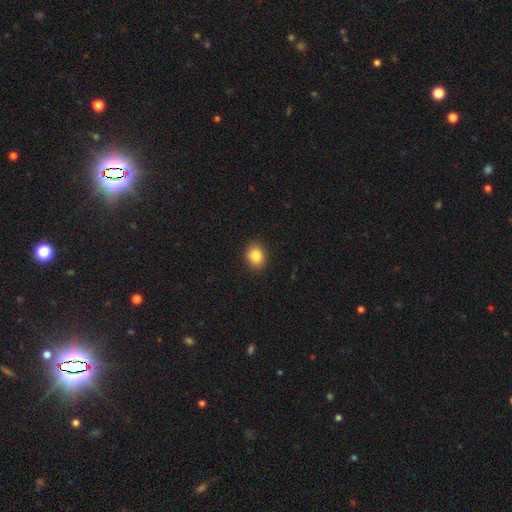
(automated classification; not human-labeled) Smooth or featured?
  - smooth: 85% *
  - star or artifact: 9%
  - featured or disk: 5%
How rounded?
  - round: 50% *
  - in between: 49%
  - cigar-shaped: 1%
Merging?
  - none: 90% *
  - minor disturbance: 7%
  - major disturbance: 2%
  - merger: 1%